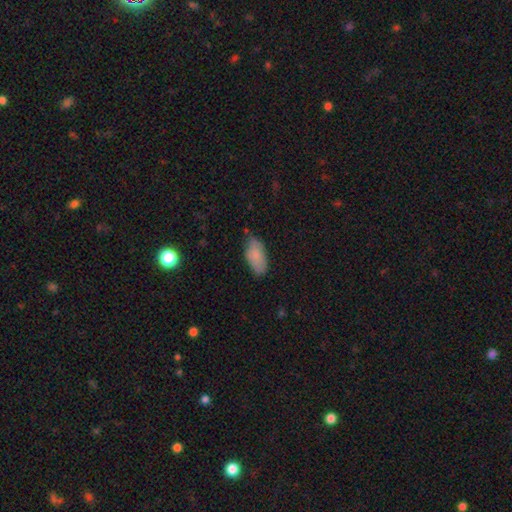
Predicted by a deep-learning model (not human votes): A smooth galaxy with no disk features (83%) that is in between round and cigar-shaped (92%). Merging: none (69%).